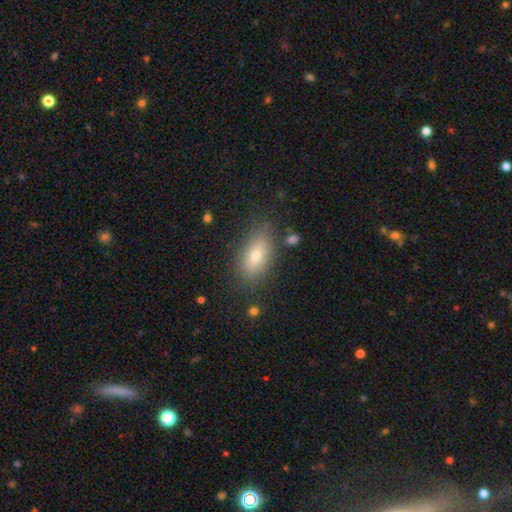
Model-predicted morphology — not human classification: type=smooth (75%); roundness=in between (87%); merging=none (80%).